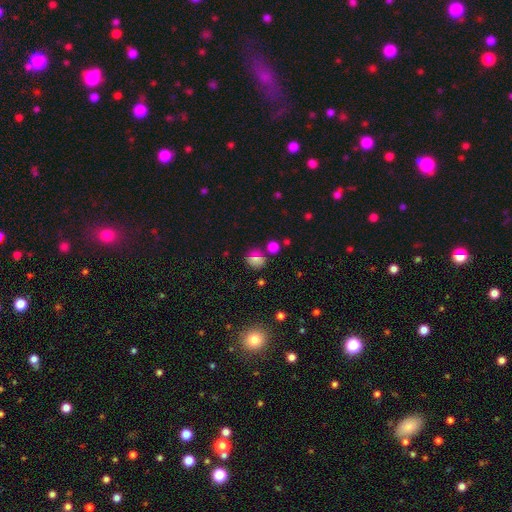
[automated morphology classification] A smooth galaxy with no disk features (68%) that is round (73%).

Vote fractions:
- Smooth or featured? smooth: 68% / star or artifact: 19% / featured or disk: 13%
- How rounded? round: 73% / in between: 26% / cigar-shaped: 2%
- Merging? none: 70% / minor disturbance: 13% / merger: 12% / major disturbance: 4%